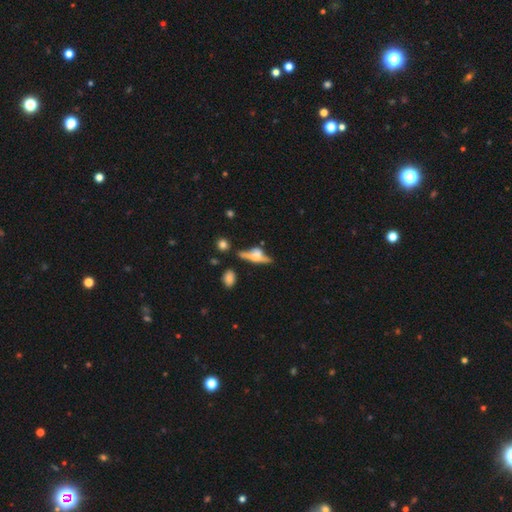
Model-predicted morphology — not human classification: type=featured or disk (60%); edge-on=yes (84%); edge-on bulge=rounded (75%); merging=none (52%).